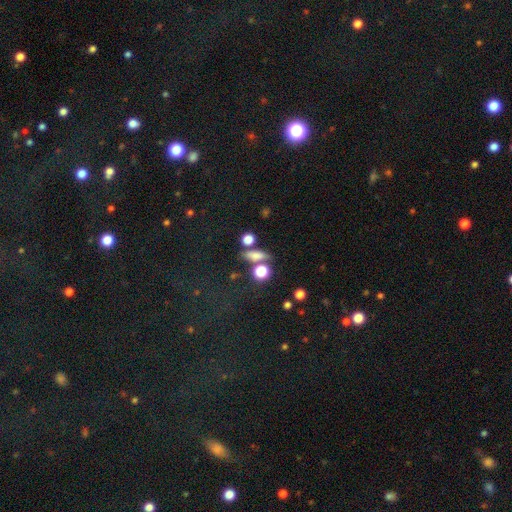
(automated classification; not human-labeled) A smooth galaxy with no disk features (70%) that is in between round and cigar-shaped (44%).

Vote fractions:
- Smooth or featured? smooth: 70% / star or artifact: 17% / featured or disk: 14%
- How rounded? in between: 44% / round: 30% / cigar-shaped: 27%
- Merging? none: 62% / merger: 18% / minor disturbance: 13% / major disturbance: 7%